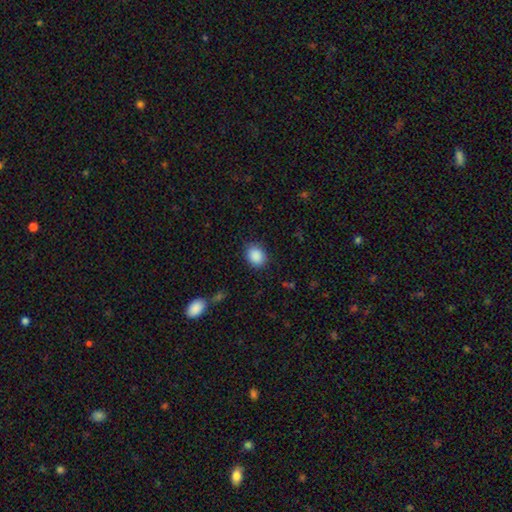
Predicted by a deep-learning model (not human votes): smooth-or-featured: smooth: 89% | star or artifact: 8% | featured or disk: 3%
  how-rounded: round: 52% | in between: 47% | cigar-shaped: 1%
  merging: none: 84% | minor disturbance: 11% | major disturbance: 3% | merger: 1%